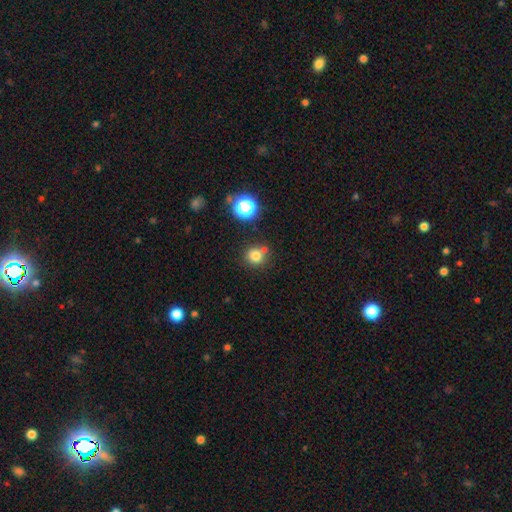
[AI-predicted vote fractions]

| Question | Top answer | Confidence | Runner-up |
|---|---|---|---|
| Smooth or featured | smooth | 78% | star or artifact (16%) |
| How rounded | round | 91% | in between (8%) |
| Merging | none | 71% | merger (16%) |